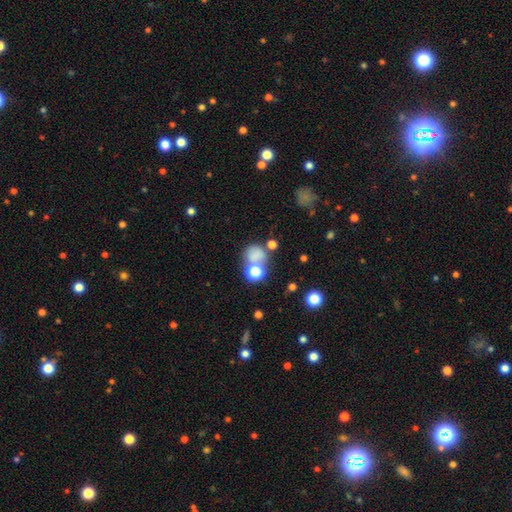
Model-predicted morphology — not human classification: A smooth galaxy with no disk features (69%) that is round (72%). Merging: none (44%).